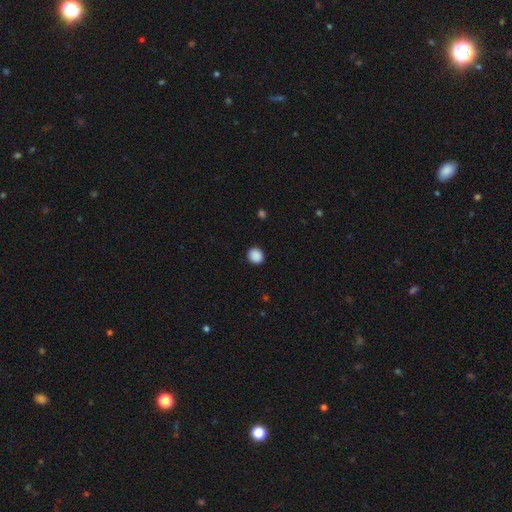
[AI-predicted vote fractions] Smooth or featured: smooth — 89% (star or artifact — 9%)
How rounded: round — 82% (in between — 17%)
Merging: none — 91% (minor disturbance — 6%)